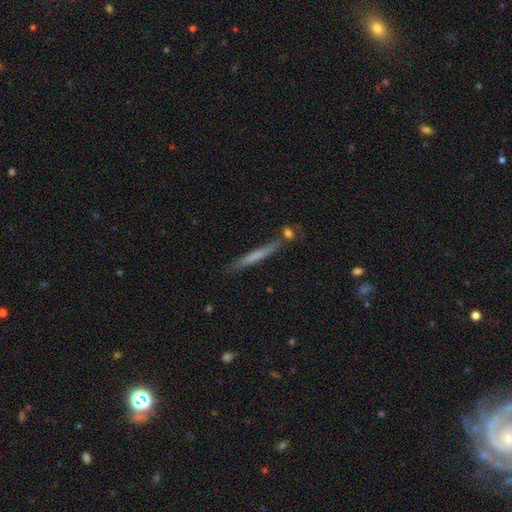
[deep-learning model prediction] Overall: smooth (56%; featured or disk 37%). How rounded: cigar-shaped (96%). Merging: none (76%).